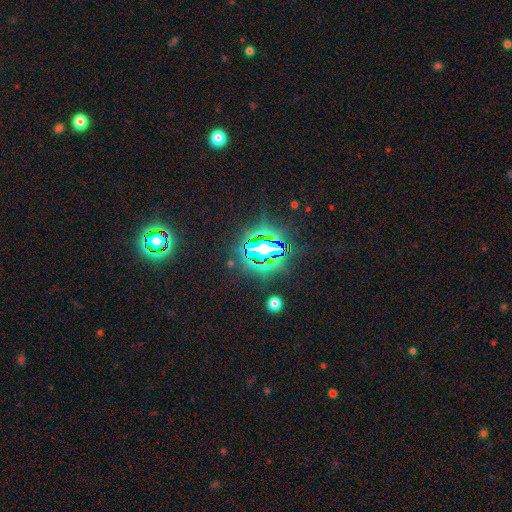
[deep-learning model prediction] The model was most divided on "smooth or featured": star or artifact: 81%, smooth: 12%, featured or disk: 7%.